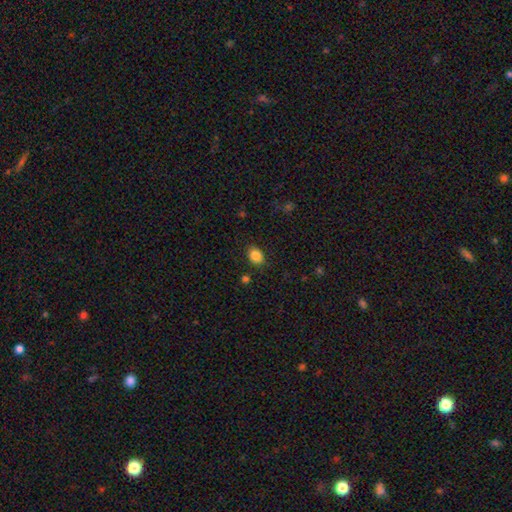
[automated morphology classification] Overall: smooth (85%). How rounded: in between (63%; round 36%). Merging: none (84%).